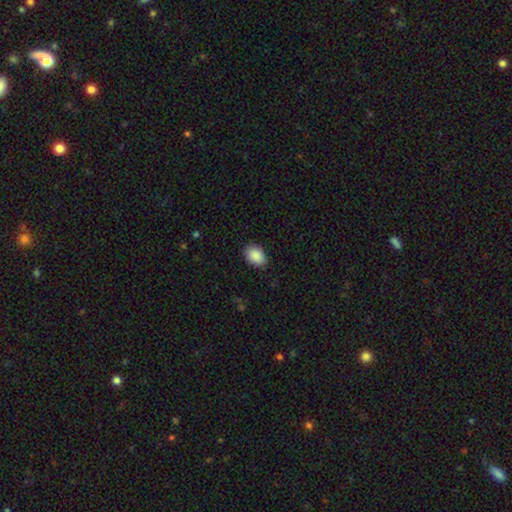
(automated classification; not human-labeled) Smooth or featured? smooth (90%)
How rounded? in between (81%)
Merging? none (87%)